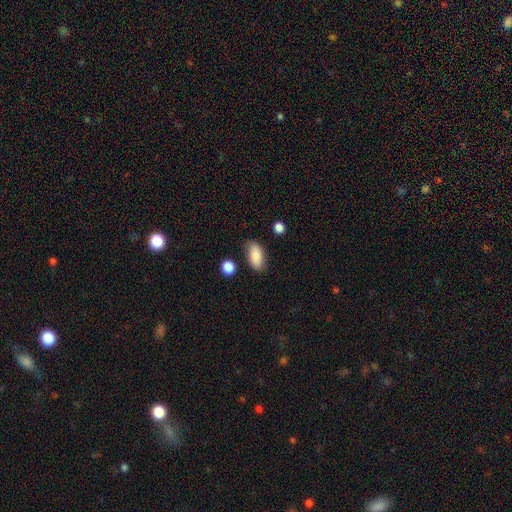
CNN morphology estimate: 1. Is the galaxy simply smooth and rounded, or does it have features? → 85% smooth, 8% featured or disk, 7% star or artifact.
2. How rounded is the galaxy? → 90% in between, 6% cigar-shaped, 4% round.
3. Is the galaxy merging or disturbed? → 77% none, 16% minor disturbance, 4% major disturbance, 3% merger.